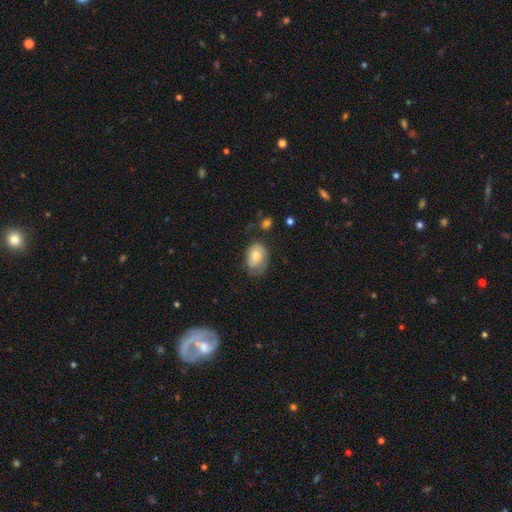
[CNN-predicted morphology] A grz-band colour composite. It shows a smooth galaxy with no disk features (74%) that is in between round and cigar-shaped (77%). Merging: none (56%).